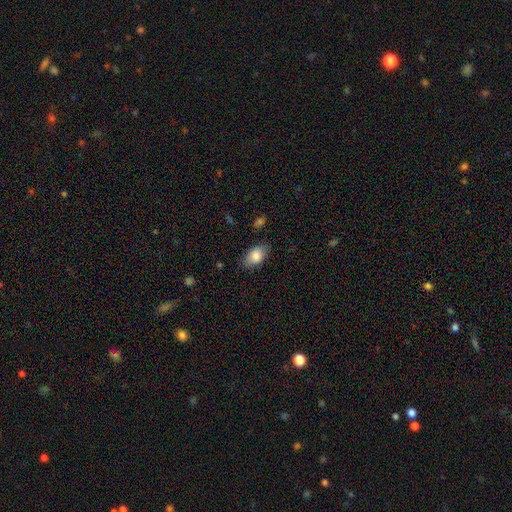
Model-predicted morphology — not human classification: Smooth or featured? Predicted: smooth (p=0.85). How rounded? Predicted: in between (p=0.90). Merging? Predicted: none (p=0.79).